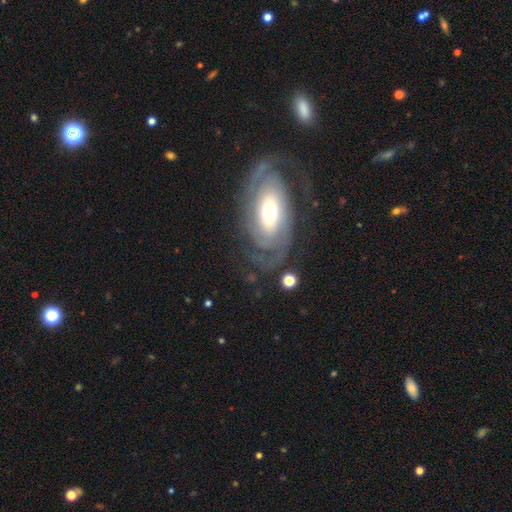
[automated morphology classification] This is clearly a featured or disk galaxy (84%). It is clearly not viewed edge-on (94%). Bar: possibly no (51%). Spiral arm pattern: clearly yes (91%). Spiral arm count: possibly 2 (52%). Spiral winding: likely tight (65%). Central bulge: likely moderate (60%). Merging: likely none (76%).